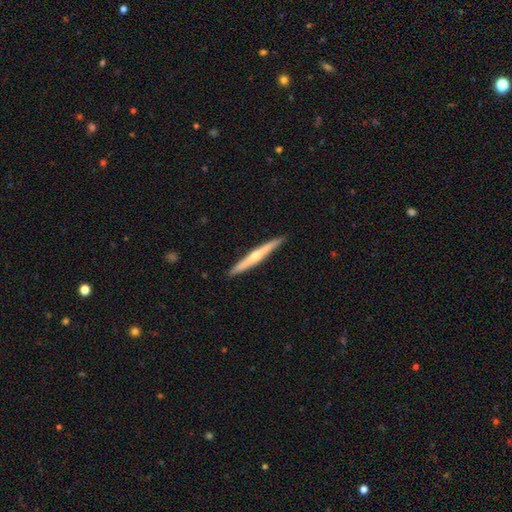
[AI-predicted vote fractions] Smooth or featured? Predicted: featured or disk (p=0.62). Edge-on disk? Predicted: yes (p=0.98). Edge-on bulge? Predicted: rounded (p=0.74). Merging? Predicted: none (p=0.92).